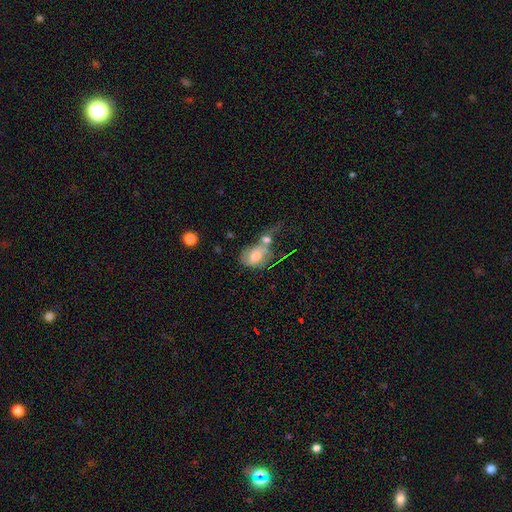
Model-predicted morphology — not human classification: Smooth or featured: smooth — 62% (featured or disk — 28%)
How rounded: in between — 74% (round — 24%)
Merging: merger — 52% (none — 23%)